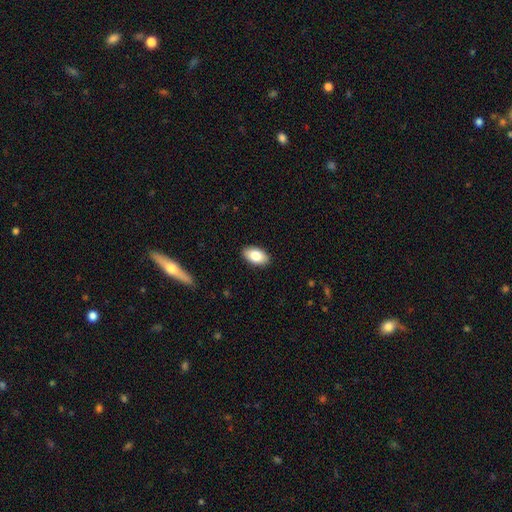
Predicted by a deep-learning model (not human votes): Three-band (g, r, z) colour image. It shows a smooth galaxy with no disk features (83%) that is in between round and cigar-shaped (94%). Merging: none (90%).